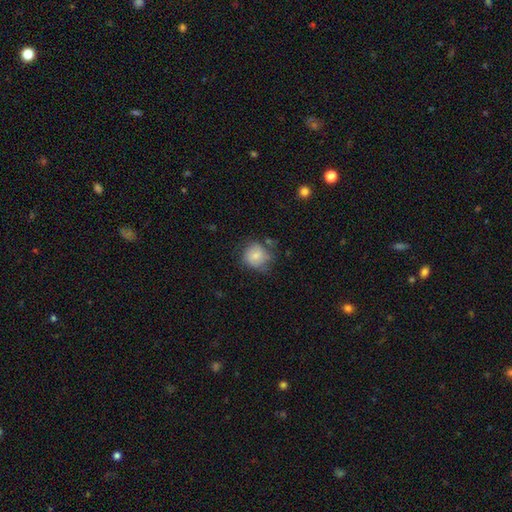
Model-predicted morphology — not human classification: Smooth or featured?
  - smooth: 78% *
  - featured or disk: 13%
  - star or artifact: 8%
How rounded?
  - round: 81% *
  - in between: 18%
  - cigar-shaped: 1%
Merging?
  - none: 57% *
  - minor disturbance: 28%
  - major disturbance: 10%
  - merger: 4%